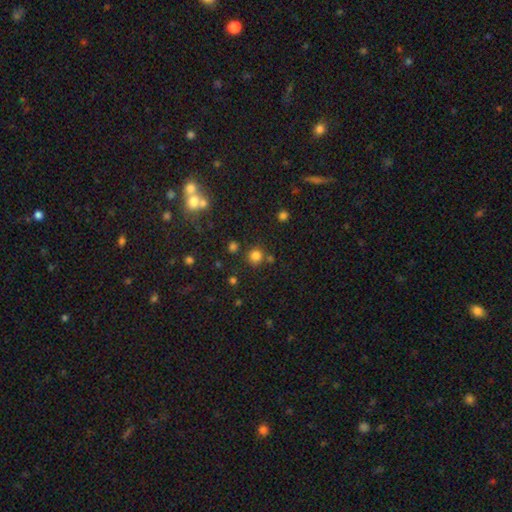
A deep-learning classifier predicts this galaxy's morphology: smooth 79%, star or artifact 16%, featured or disk 5%. Down the decision tree: how rounded — round (92%); merging — none (80%).